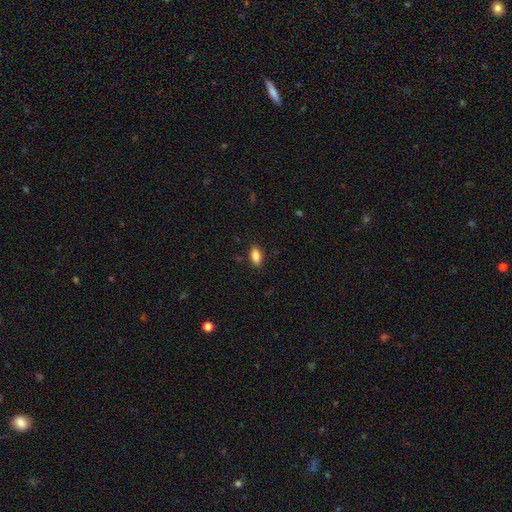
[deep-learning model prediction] This is clearly a smooth galaxy (87%). How rounded: clearly in between (89%). Merging: clearly none (86%).